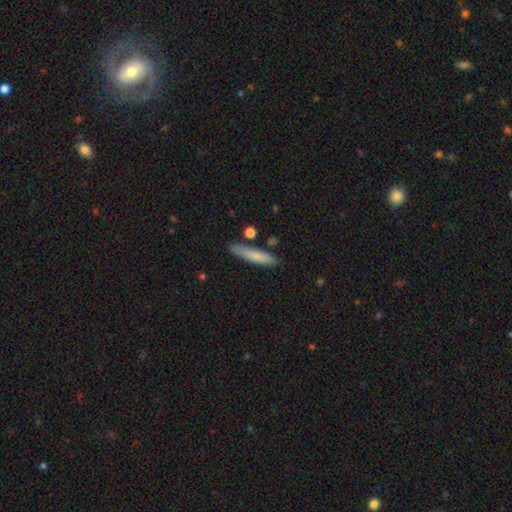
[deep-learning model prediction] Overall: smooth (74%). How rounded: cigar-shaped (87%). Merging: none (81%).